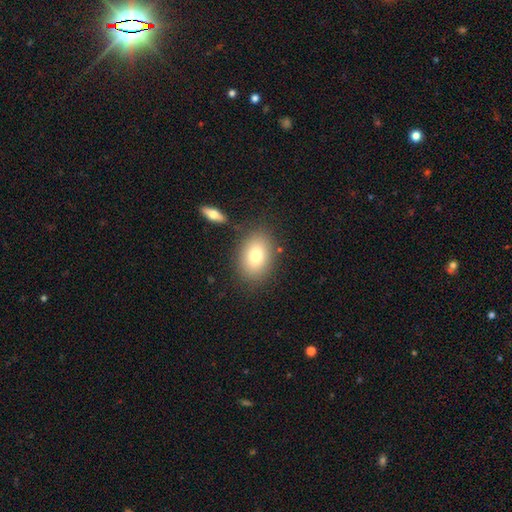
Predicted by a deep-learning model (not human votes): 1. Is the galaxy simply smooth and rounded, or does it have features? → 77% smooth, 14% featured or disk, 10% star or artifact.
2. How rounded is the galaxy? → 77% in between, 21% round, 1% cigar-shaped.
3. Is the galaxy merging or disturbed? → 81% none, 11% minor disturbance, 5% merger, 4% major disturbance.